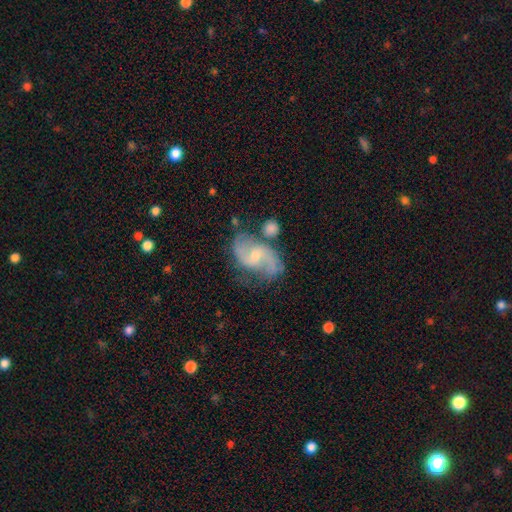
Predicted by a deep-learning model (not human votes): A featured or disk galaxy (84%) with a weak bar (47%), 2 (90%) medium (44%) spiral arms (95%) and a small central bulge (57%).

Vote fractions:
- Smooth or featured? featured or disk: 84% / smooth: 10% / star or artifact: 6%
- Edge-on disk? no: 97% / yes: 3%
- Bar? weak: 47% / no: 40% / strong: 13%
- Spiral arms? yes: 95% / no: 5%
- Spiral winding? medium: 44% / loose: 43% / tight: 12%
- Spiral arm count? 2: 90% / can't tell: 4% / 3: 2% / 1: 2% / 4: 1% / more than 4: 1%
- Bulge size? small: 57% / moderate: 38% / none: 3% / large: 1% / dominant: 1%
- Merging? none: 64% / minor disturbance: 18% / merger: 11% / major disturbance: 7%